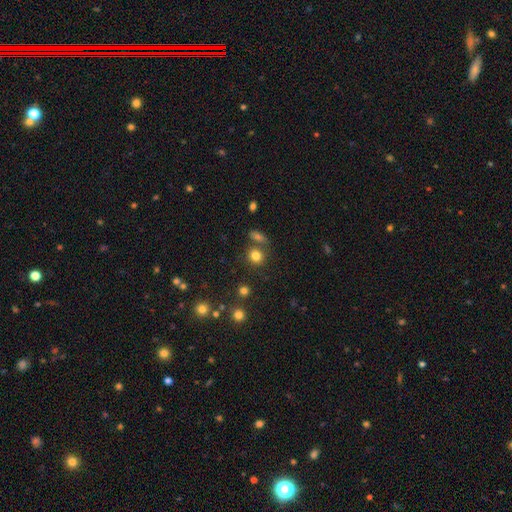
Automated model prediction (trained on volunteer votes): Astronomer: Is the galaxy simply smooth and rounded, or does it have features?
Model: smooth — 80%.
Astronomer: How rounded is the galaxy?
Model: round — 79%.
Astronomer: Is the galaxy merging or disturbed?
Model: none — 70%.